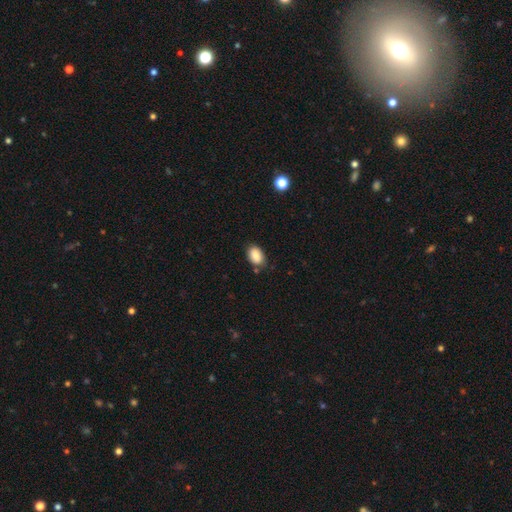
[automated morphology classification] The model was most divided on "merging": none: 79%, minor disturbance: 15%, merger: 3%, major disturbance: 3%. More confident: smooth or featured — smooth (87%); how rounded — in between (85%).